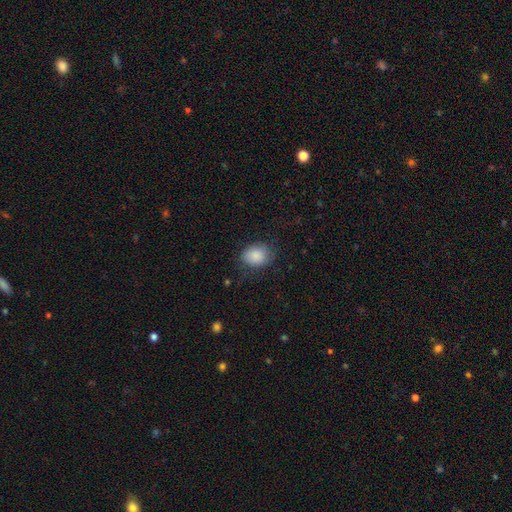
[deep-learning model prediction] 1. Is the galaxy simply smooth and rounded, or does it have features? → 86% smooth, 7% star or artifact, 7% featured or disk.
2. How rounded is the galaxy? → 59% in between, 40% round, 1% cigar-shaped.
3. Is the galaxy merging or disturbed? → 67% none, 23% minor disturbance, 9% major disturbance, 1% merger.